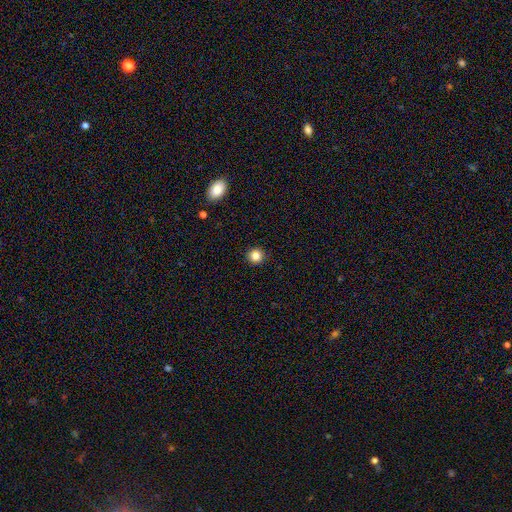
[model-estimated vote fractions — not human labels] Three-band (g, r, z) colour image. It shows a smooth galaxy with no disk features (84%) that is round (93%). Merging: none (92%).